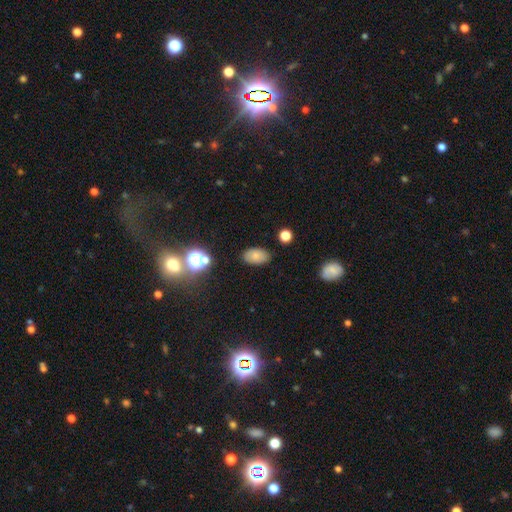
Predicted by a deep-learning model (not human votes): A smooth galaxy with no disk features (76%) that is in between round and cigar-shaped (92%). Merging: none (84%).